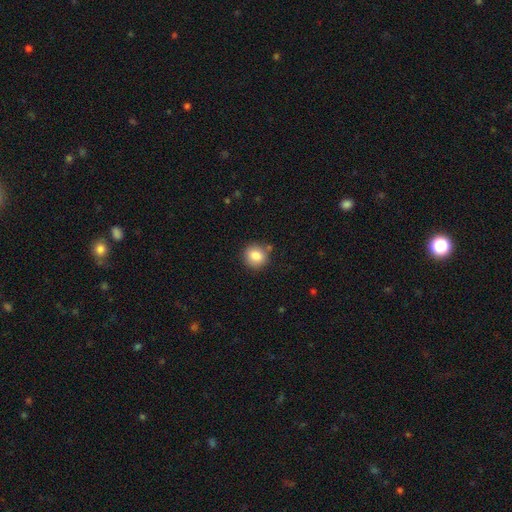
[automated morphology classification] A smooth galaxy with no disk features (85%) that is round (84%). Merging: none (81%).